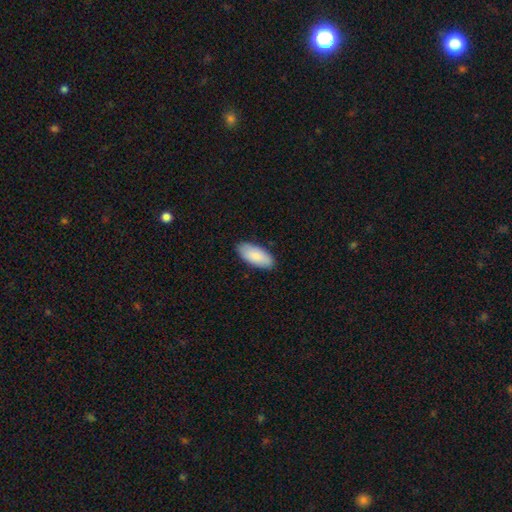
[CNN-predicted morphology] Smooth or featured: smooth — 86% (featured or disk — 9%)
How rounded: in between — 90% (cigar-shaped — 8%)
Merging: none — 87% (minor disturbance — 10%)